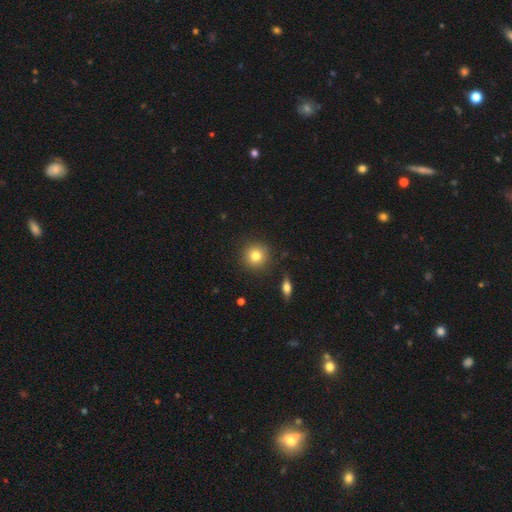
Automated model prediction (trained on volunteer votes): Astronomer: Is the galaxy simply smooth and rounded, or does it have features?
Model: smooth — 80%.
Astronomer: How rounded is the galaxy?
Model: round — 93%.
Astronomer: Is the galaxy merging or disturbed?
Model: none — 89%.